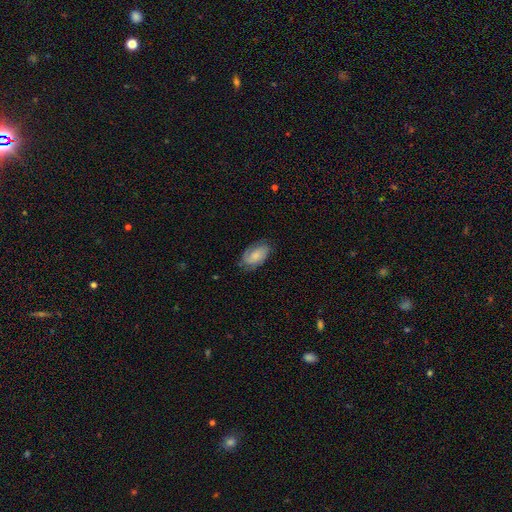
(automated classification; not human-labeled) Smooth or featured: featured or disk — 50% (smooth — 43%)
Merging: none — 72% (minor disturbance — 20%)